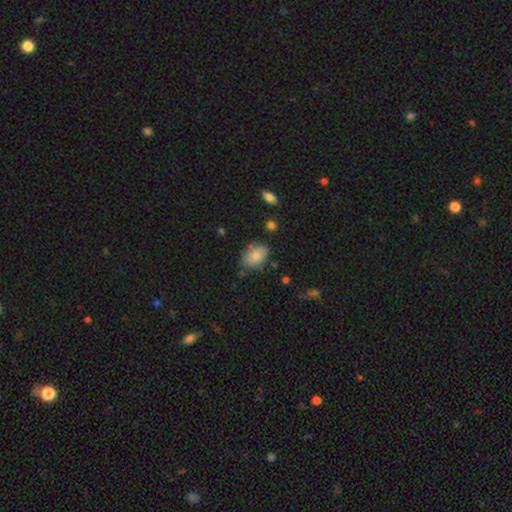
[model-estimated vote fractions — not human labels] Smooth or featured? Predicted: smooth (p=0.82). How rounded? Predicted: in between (p=0.85). Merging? Predicted: none (p=0.71).